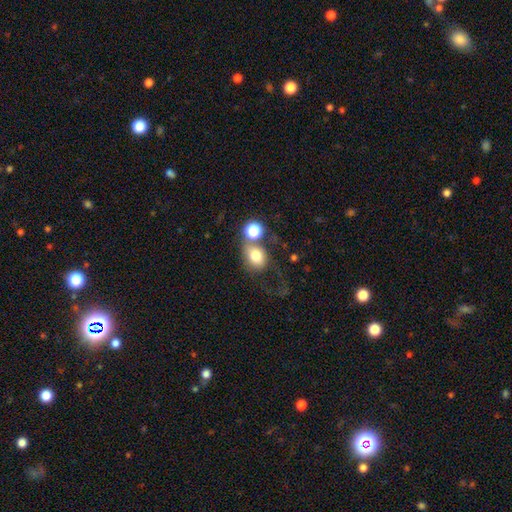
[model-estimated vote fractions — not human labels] smooth-or-featured: smooth: 75% | featured or disk: 13% | star or artifact: 12%
  how-rounded: round: 61% | in between: 38% | cigar-shaped: 1%
  merging: none: 38% | merger: 33% | major disturbance: 15% | minor disturbance: 14%